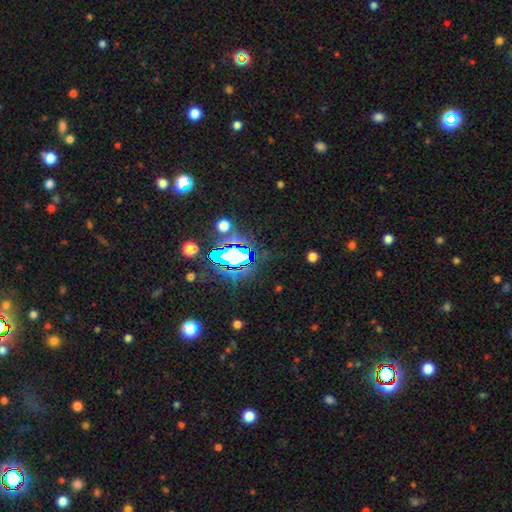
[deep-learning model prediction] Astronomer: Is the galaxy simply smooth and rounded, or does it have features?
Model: star or artifact — 77%.